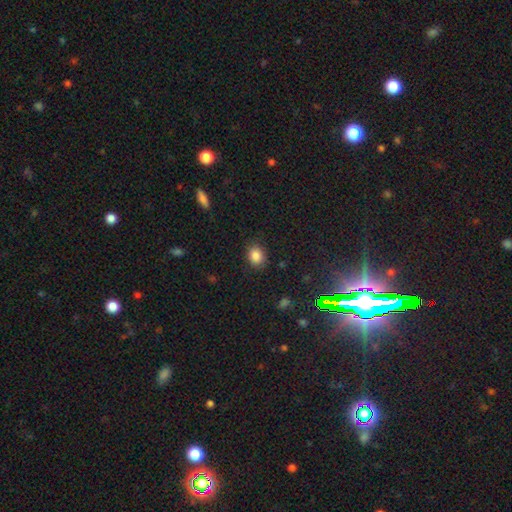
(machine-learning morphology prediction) smooth-or-featured: smooth: 85% | star or artifact: 10% | featured or disk: 5%
  how-rounded: round: 55% | in between: 44% | cigar-shaped: 1%
  merging: none: 85% | minor disturbance: 11% | major disturbance: 3% | merger: 1%